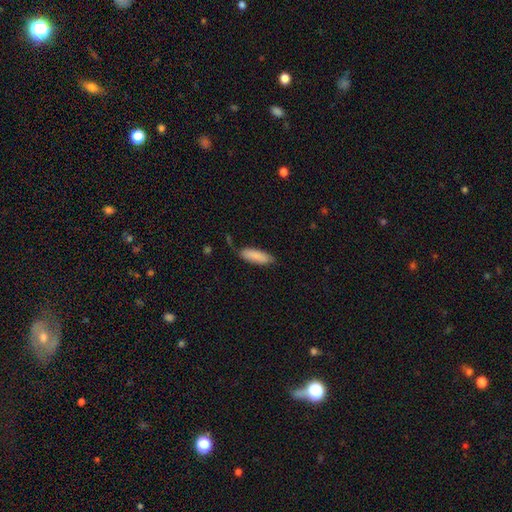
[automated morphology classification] type=smooth (87%); roundness=in between (55%); merging=none (75%).